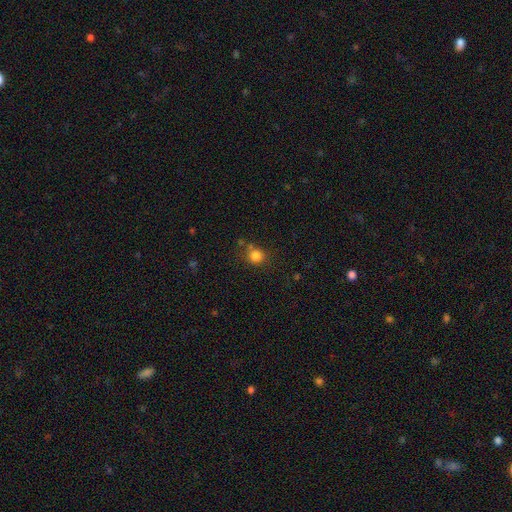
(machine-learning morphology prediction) The model was most divided on "merging": none: 72%, minor disturbance: 14%, merger: 10%, major disturbance: 5%. More confident: how rounded — round (85%); smooth or featured — smooth (82%).